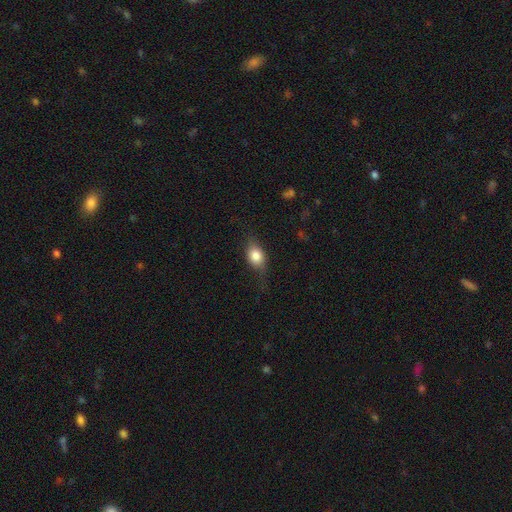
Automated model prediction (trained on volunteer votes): Smooth or featured: smooth — 75% (featured or disk — 17%)
How rounded: in between — 70% (round — 26%)
Merging: none — 63% (minor disturbance — 25%)